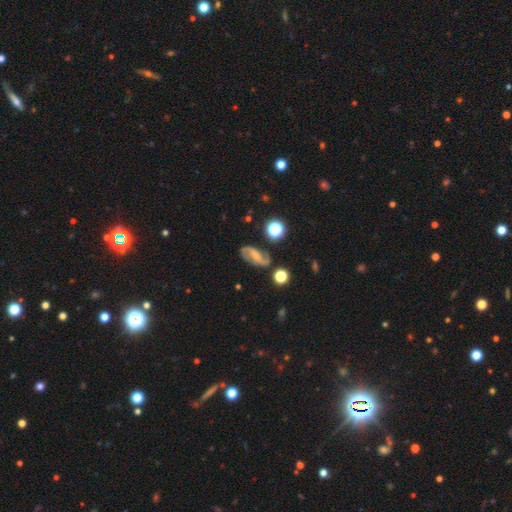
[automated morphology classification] The model was most divided on "bulge size": none: 37%, small: 35%, moderate: 22%, large: 5%, dominant: 2%. Remaining: edge-on disk — no (96%); spiral arms — yes (94%); spiral arm count — 2 (92%); smooth or featured — featured or disk (77%); merging — none (76%); spiral winding — medium (44%); bar — weak (42%).